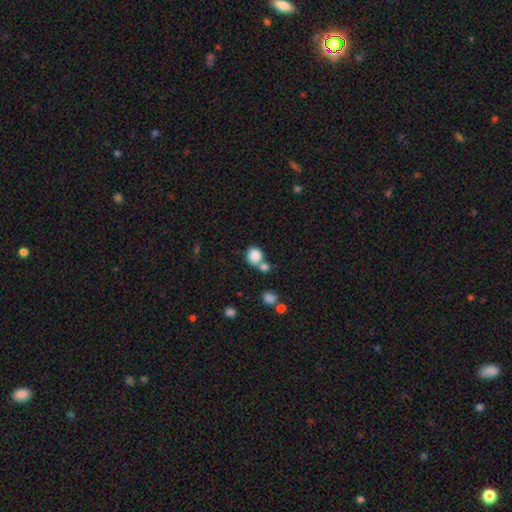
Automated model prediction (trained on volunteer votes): The model was most divided on "merging": none: 47%, merger: 38%, minor disturbance: 10%, major disturbance: 5%. More confident: smooth or featured — smooth (85%); how rounded — round (80%).